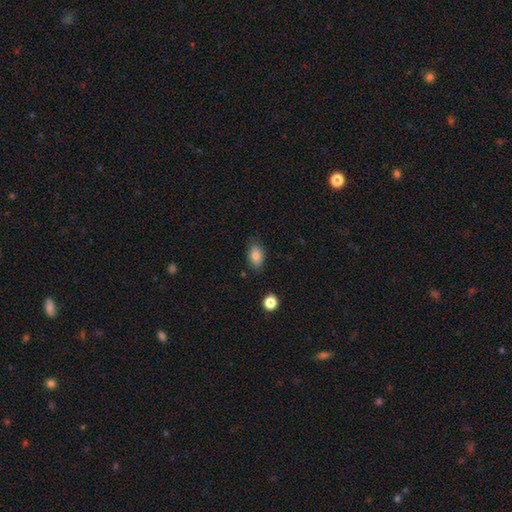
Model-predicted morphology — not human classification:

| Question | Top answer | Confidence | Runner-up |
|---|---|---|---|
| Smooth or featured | smooth | 83% | star or artifact (9%) |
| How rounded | in between | 86% | round (12%) |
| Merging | none | 80% | minor disturbance (14%) |